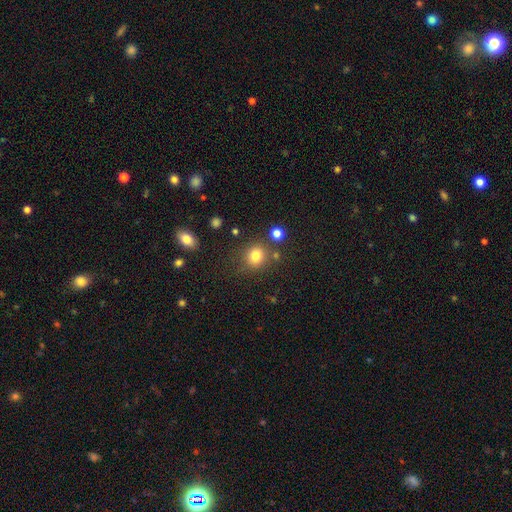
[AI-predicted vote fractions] A smooth galaxy with no disk features (80%) that is round (82%).

Vote fractions:
- Smooth or featured? smooth: 80% / star or artifact: 14% / featured or disk: 7%
- How rounded? round: 82% / in between: 17% / cigar-shaped: 1%
- Merging? none: 76% / minor disturbance: 11% / merger: 8% / major disturbance: 4%